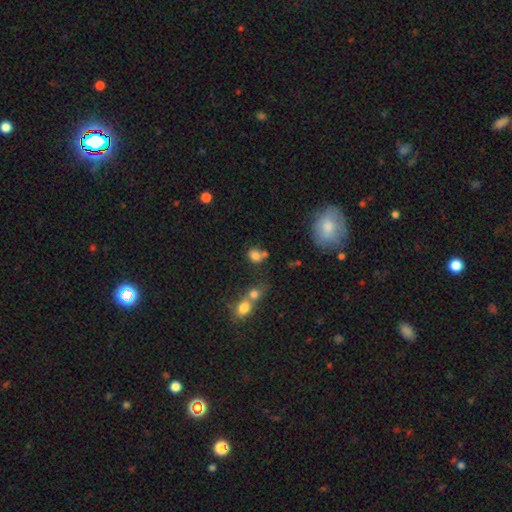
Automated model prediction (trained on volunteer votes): A smooth galaxy with no disk features (78%) that is round (54%).

Vote fractions:
- Smooth or featured? smooth: 78% / star or artifact: 14% / featured or disk: 8%
- How rounded? round: 54% / in between: 44% / cigar-shaped: 2%
- Merging? none: 50% / merger: 29% / minor disturbance: 15% / major disturbance: 7%